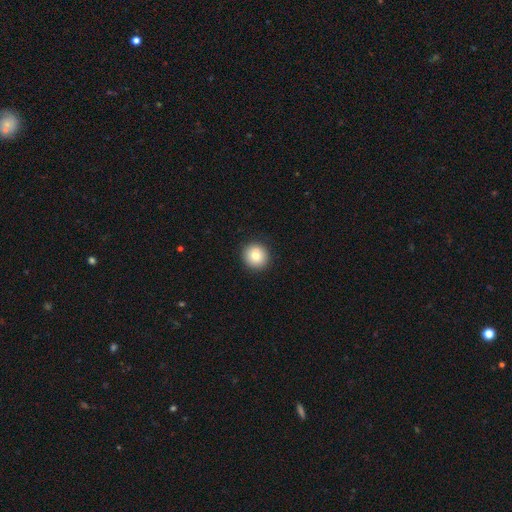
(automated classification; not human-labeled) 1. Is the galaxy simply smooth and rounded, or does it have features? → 77% smooth, 13% featured or disk, 10% star or artifact.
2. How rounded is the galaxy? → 93% round, 6% in between, 1% cigar-shaped.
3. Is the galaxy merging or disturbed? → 89% none, 7% minor disturbance, 2% merger, 2% major disturbance.